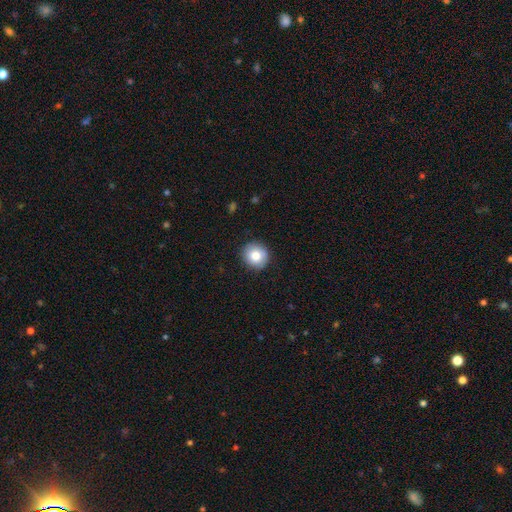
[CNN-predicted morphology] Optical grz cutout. It shows a smooth galaxy with no disk features (81%) that is round (91%). Merging: none (88%).